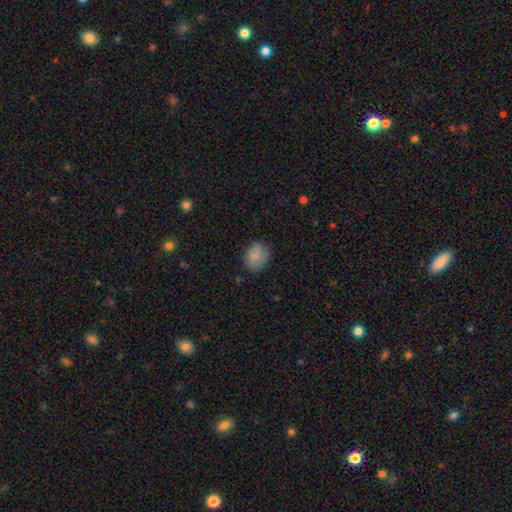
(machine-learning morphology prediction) Smooth or featured: smooth — 77% (featured or disk — 15%)
How rounded: in between — 56% (round — 43%)
Merging: none — 75% (minor disturbance — 19%)